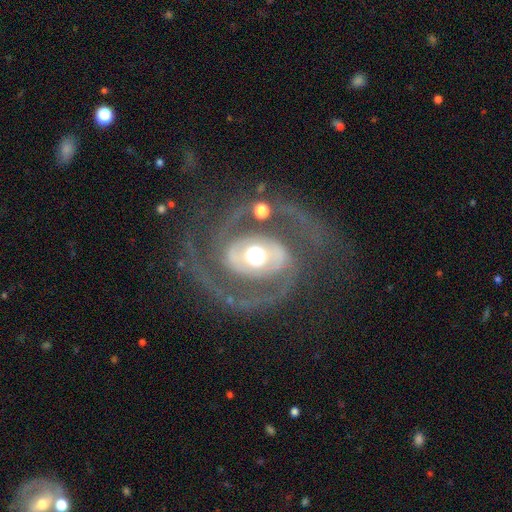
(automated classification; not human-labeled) Overall: featured or disk (82%). Edge-on disk: no (96%). Bar: no (59%; weak 21%). Spiral arms: yes (74%). Spiral arm count: 2 (79%). Spiral winding: medium (45%; tight 30%). Bulge size: moderate (53%; large 34%). Merging: none (69%).